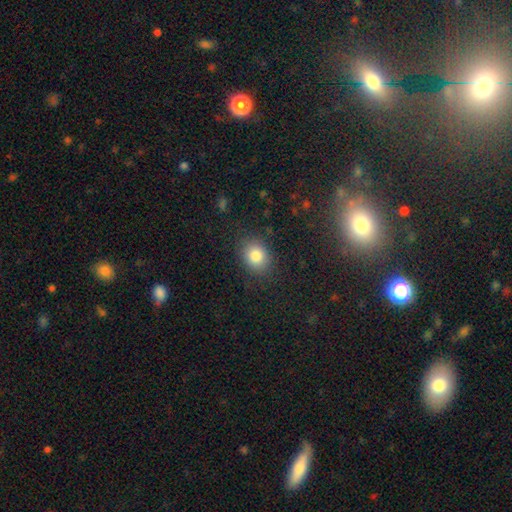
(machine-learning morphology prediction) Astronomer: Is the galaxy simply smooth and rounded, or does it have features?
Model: smooth — 83%.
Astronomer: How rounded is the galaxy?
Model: round — 51% (runner-up: in between, 48%).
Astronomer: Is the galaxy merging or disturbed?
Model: none — 85%.